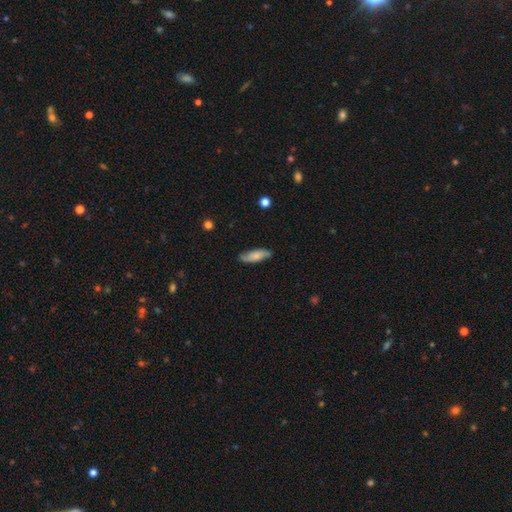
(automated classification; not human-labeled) Smooth or featured: smooth — 64% (featured or disk — 29%)
How rounded: in between — 58% (cigar-shaped — 39%)
Merging: none — 79% (minor disturbance — 16%)